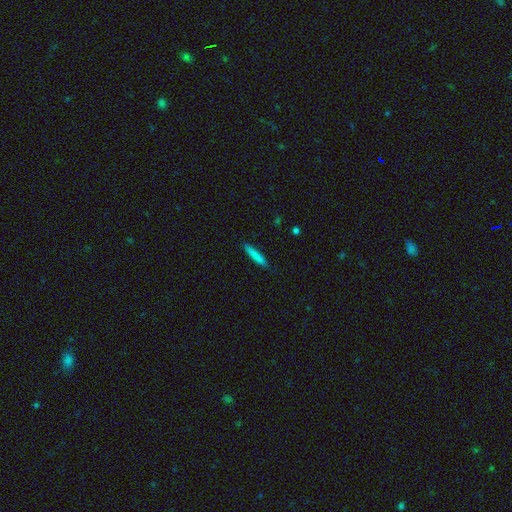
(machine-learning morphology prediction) smooth 80%, featured or disk 13%, star or artifact 7%. Down the decision tree: how rounded — cigar-shaped (93%); merging — none (88%).